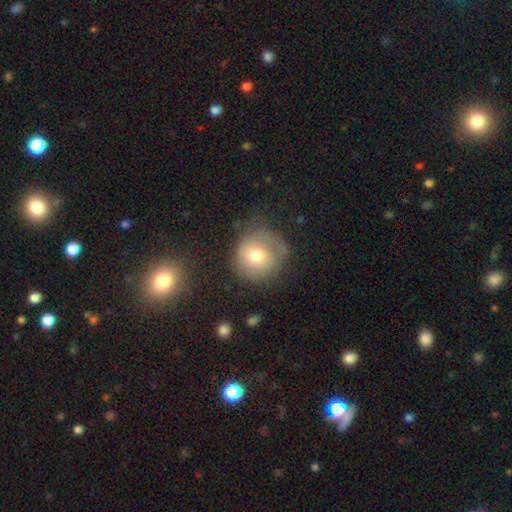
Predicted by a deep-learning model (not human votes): Morphology: type=smooth (65%); roundness=round (85%); merging=none (56%).